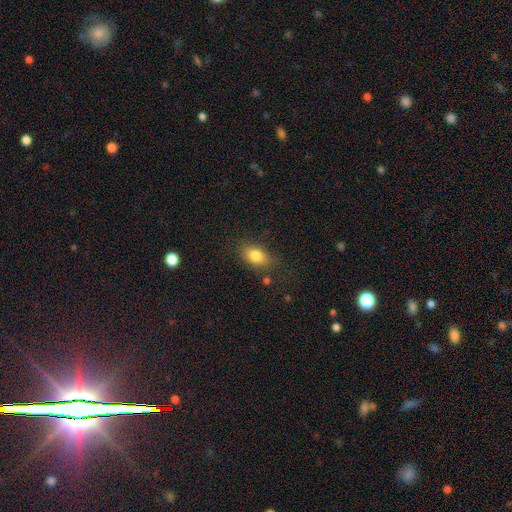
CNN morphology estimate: smooth-or-featured: smooth: 81% | featured or disk: 10% | star or artifact: 9%
  how-rounded: in between: 82% | round: 15% | cigar-shaped: 3%
  merging: none: 74% | minor disturbance: 17% | major disturbance: 6% | merger: 3%